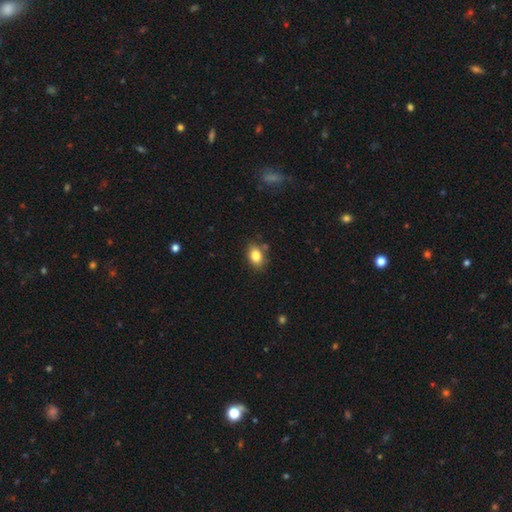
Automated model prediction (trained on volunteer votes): smooth 82%, star or artifact 9%, featured or disk 9%. Down the decision tree: how rounded — in between (79%); merging — none (77%).